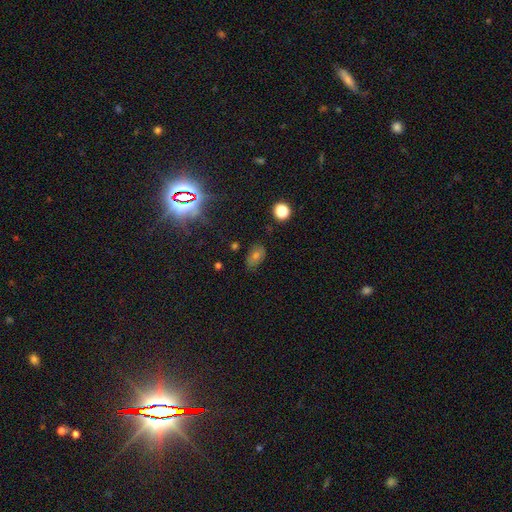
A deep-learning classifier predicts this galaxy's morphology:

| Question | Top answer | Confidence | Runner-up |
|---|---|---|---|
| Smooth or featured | smooth | 47% | star or artifact (35%) |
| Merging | none | 75% | minor disturbance (18%) |